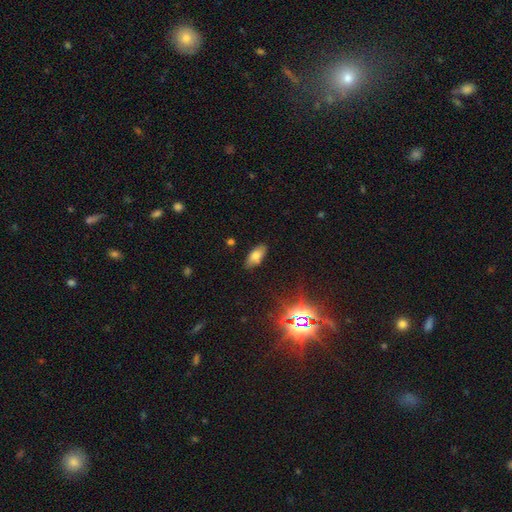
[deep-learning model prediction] A smooth galaxy with no disk features (74%) that is in between round and cigar-shaped (87%). Merging: none (84%).